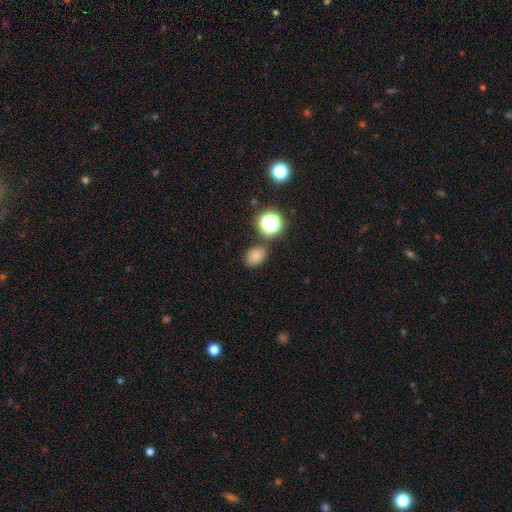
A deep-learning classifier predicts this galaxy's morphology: smooth 76%, star or artifact 18%, featured or disk 6%. Down the decision tree: how rounded — in between (56%); merging — none (74%).